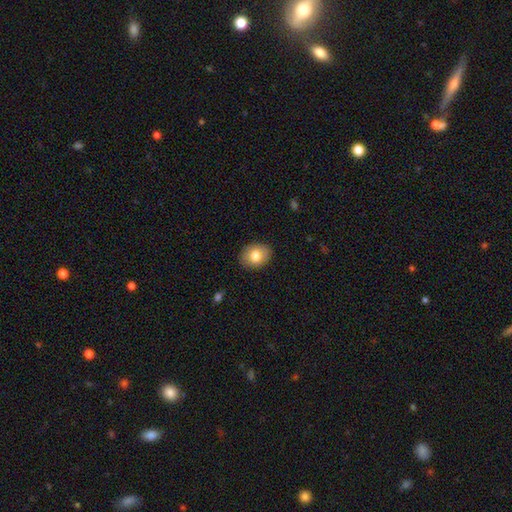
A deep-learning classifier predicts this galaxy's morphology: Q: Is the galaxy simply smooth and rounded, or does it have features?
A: smooth — 80%.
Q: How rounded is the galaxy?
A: in between — 62%.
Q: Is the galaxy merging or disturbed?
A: none — 88%.